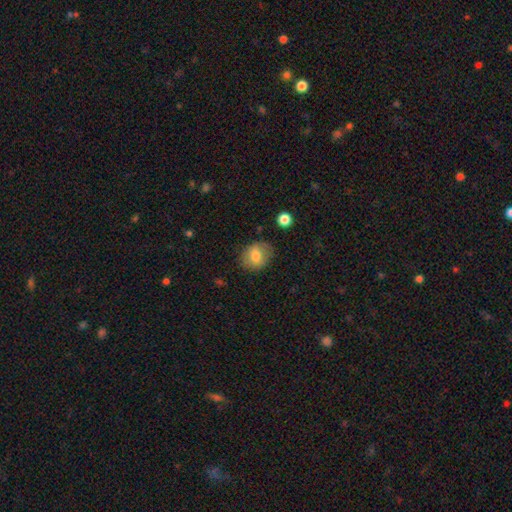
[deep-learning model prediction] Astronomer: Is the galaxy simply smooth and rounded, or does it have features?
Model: smooth — 73%.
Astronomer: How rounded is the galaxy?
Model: round — 51% (runner-up: in between, 47%).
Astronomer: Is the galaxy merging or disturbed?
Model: none — 77%.